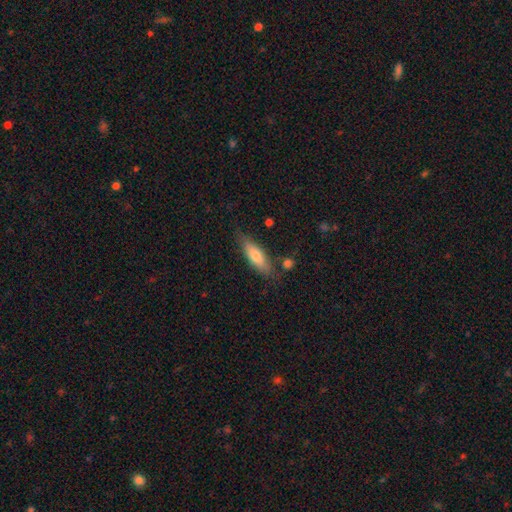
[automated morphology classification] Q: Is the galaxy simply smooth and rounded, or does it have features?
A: smooth — 70%.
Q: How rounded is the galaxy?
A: in between — 50%.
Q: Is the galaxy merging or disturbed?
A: none — 74%.